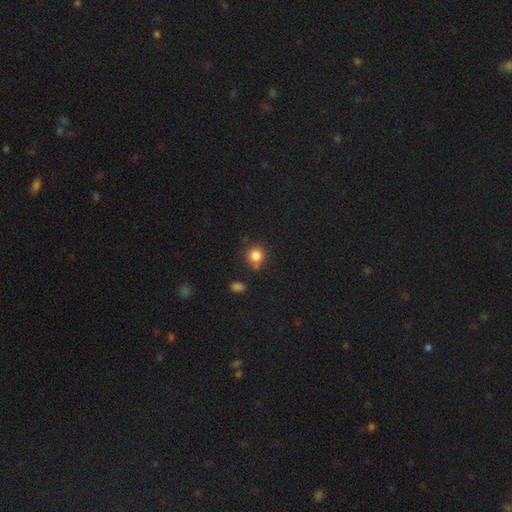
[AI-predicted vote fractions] The model was most divided on "merging": none: 72%, minor disturbance: 13%, merger: 11%, major disturbance: 4%. More confident: how rounded — round (90%); smooth or featured — smooth (83%).